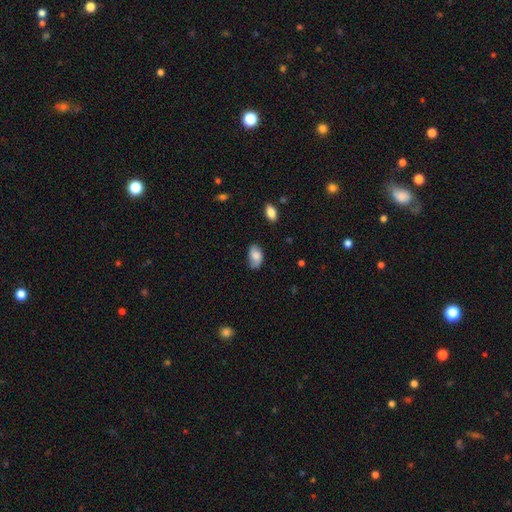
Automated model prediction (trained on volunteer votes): smooth 77%, featured or disk 16%, star or artifact 8%. Down the decision tree: how rounded — in between (91%); merging — none (63%).